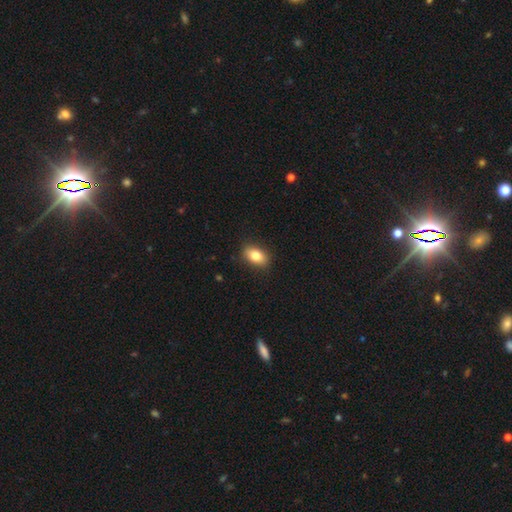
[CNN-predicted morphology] The model was most divided on "smooth or featured": smooth: 83%, featured or disk: 9%, star or artifact: 8%. More confident: merging — none (88%); how rounded — in between (86%).